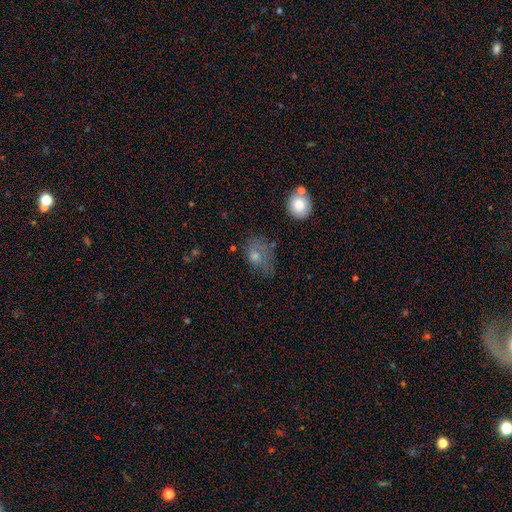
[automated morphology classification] Q: Smooth or featured?
A: smooth (61%); runner-up: featured or disk (22%)
Q: How rounded?
A: in between (68%); runner-up: round (30%)
Q: Merging?
A: none (42%); runner-up: minor disturbance (32%)